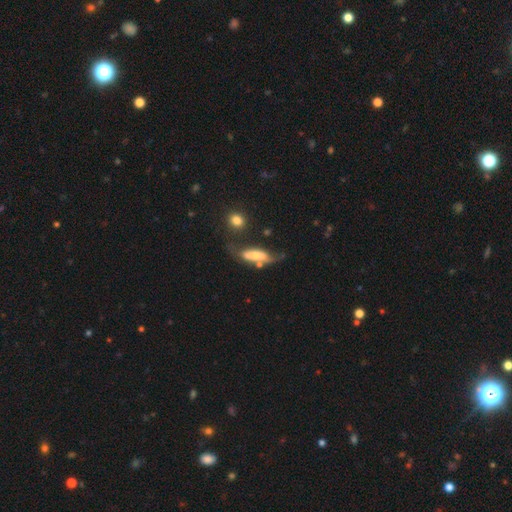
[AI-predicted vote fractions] smooth_or_featured: smooth (p=0.55) [alt: featured or disk p=0.38]
how_rounded: in between (p=0.60) [alt: cigar-shaped p=0.37]
merging: none (p=0.35) [alt: minor disturbance p=0.27]